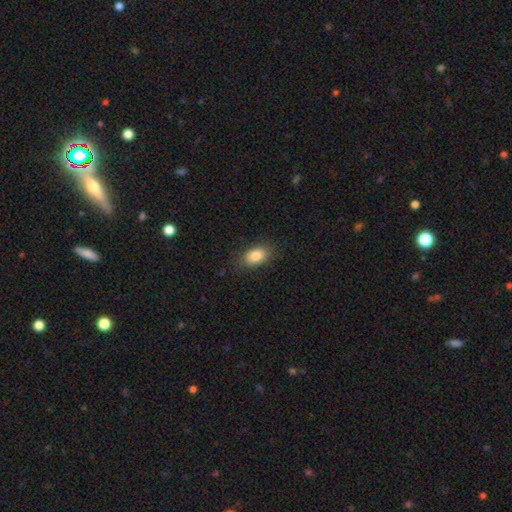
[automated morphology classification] smooth 85%, star or artifact 8%, featured or disk 7%. Down the decision tree: how rounded — in between (89%); merging — none (84%).